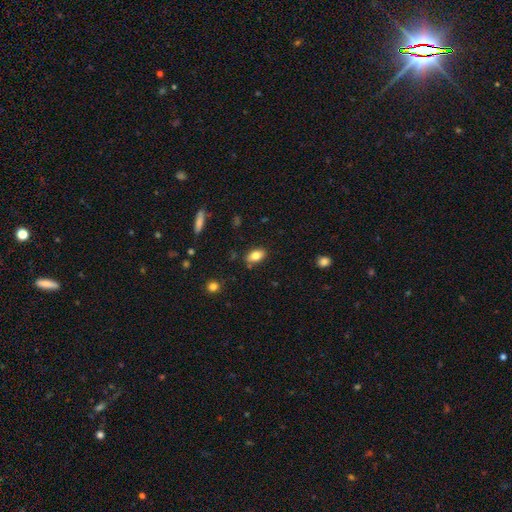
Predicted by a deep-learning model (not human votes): A smooth galaxy with no disk features (80%) that is in between round and cigar-shaped (88%).

Vote fractions:
- Smooth or featured? smooth: 80% / featured or disk: 12% / star or artifact: 9%
- How rounded? in between: 88% / round: 8% / cigar-shaped: 3%
- Merging? none: 79% / minor disturbance: 15% / merger: 4% / major disturbance: 3%